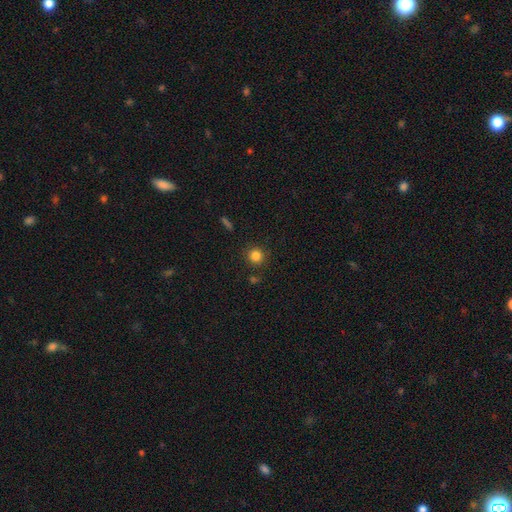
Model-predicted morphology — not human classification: This appears to be a smooth galaxy with no disk features (83%) that is round (92%). Merging: none (87%).